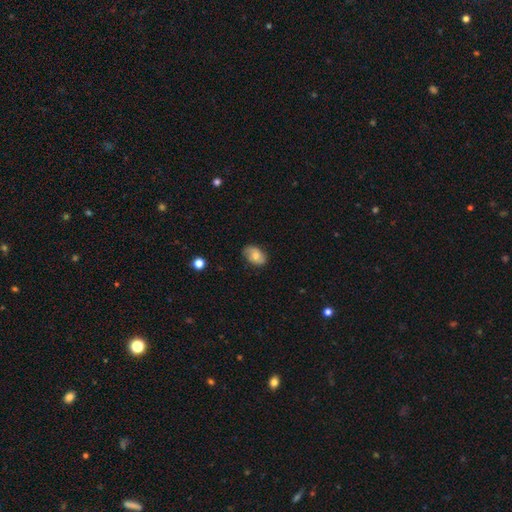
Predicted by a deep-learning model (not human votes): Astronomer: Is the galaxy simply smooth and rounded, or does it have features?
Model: smooth — 62%.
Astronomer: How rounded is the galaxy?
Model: in between — 85%.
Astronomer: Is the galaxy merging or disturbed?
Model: none — 75%.